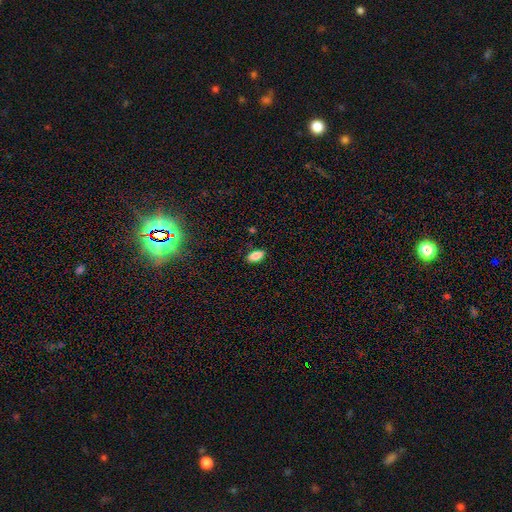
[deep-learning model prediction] smooth_or_featured: smooth (p=0.86) [alt: star or artifact p=0.08]
how_rounded: in between (p=0.90) [alt: cigar-shaped p=0.07]
merging: none (p=0.86) [alt: minor disturbance p=0.11]